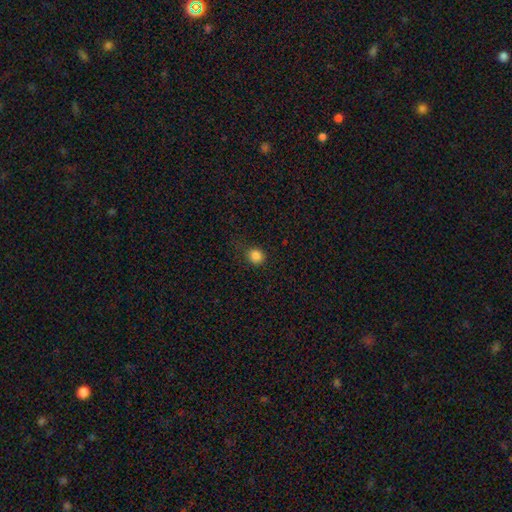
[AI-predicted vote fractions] The model was most divided on "merging": none: 81%, minor disturbance: 14%, major disturbance: 4%, merger: 1%. More confident: how rounded — round (85%); smooth or featured — smooth (84%).